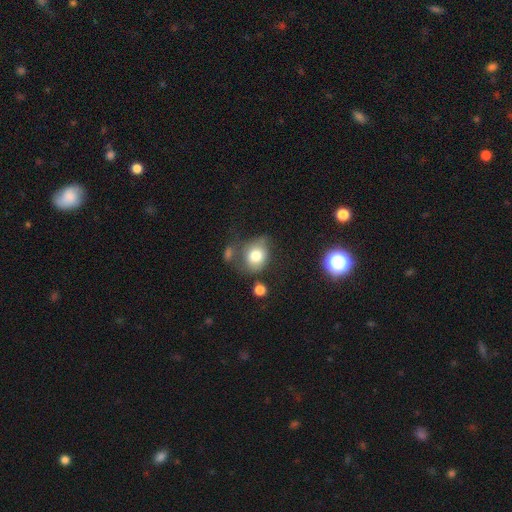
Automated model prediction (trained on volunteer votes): This appears to be a smooth galaxy with no disk features (76%) that is round (57%). Merging: none (50%).